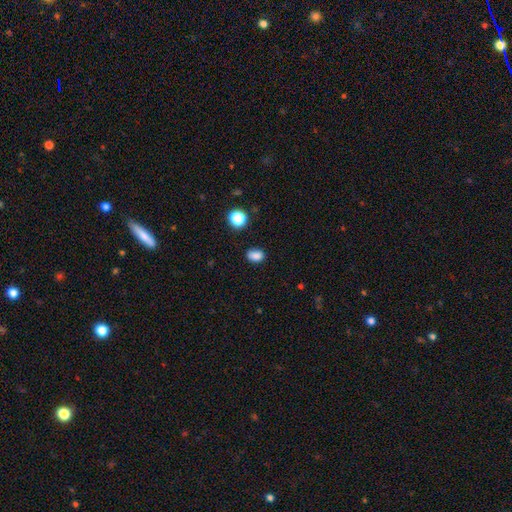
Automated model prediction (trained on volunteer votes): A smooth galaxy with no disk features (84%) that is in between round and cigar-shaped (74%).

Vote fractions:
- Smooth or featured? smooth: 84% / star or artifact: 12% / featured or disk: 4%
- How rounded? in between: 74% / round: 24% / cigar-shaped: 1%
- Merging? none: 78% / minor disturbance: 16% / major disturbance: 3% / merger: 3%